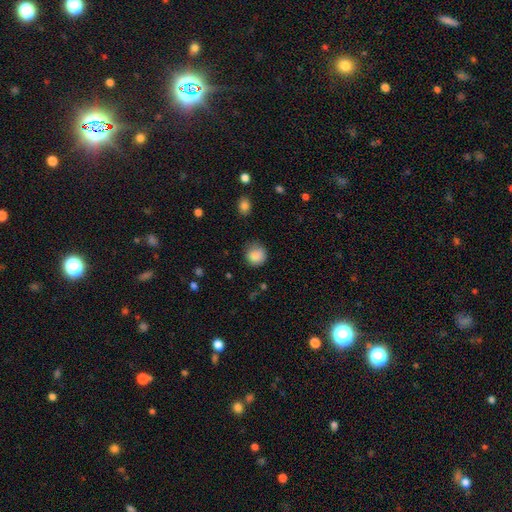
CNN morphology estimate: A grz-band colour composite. It shows a smooth galaxy with no disk features (87%) that is round (89%). Merging: none (75%).